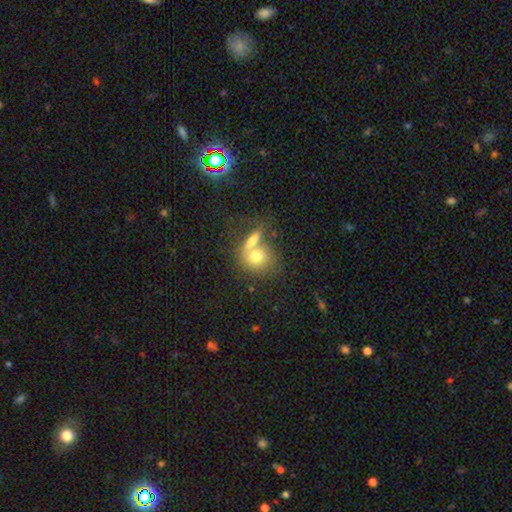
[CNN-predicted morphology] Smooth or featured? smooth (70%)
How rounded? round (70%)
Merging? merger (55%)